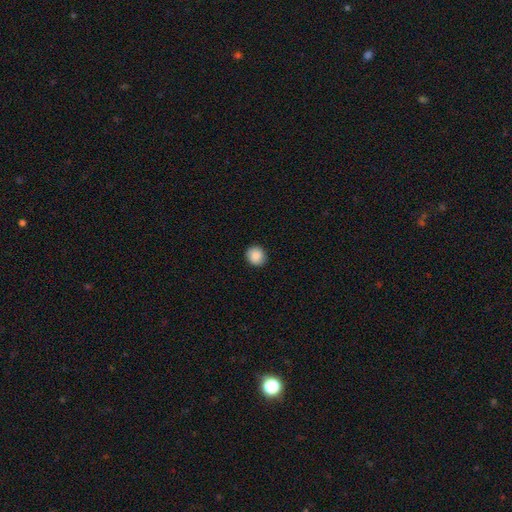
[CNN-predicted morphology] Overall: smooth (88%). How rounded: round (86%). Merging: none (90%).